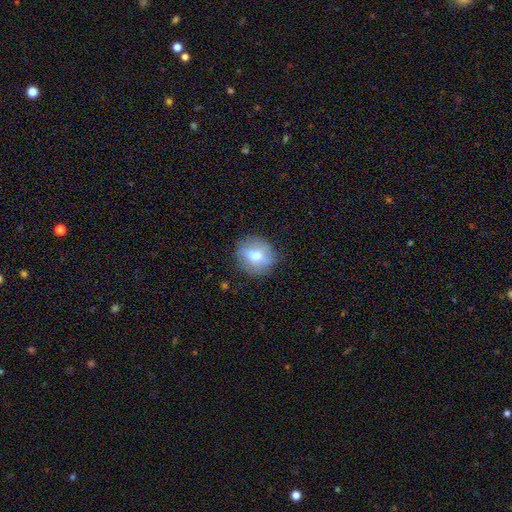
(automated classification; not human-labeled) A smooth galaxy with no disk features (59%) that is round (74%).

Vote fractions:
- Smooth or featured? smooth: 59% / featured or disk: 32% / star or artifact: 9%
- How rounded? round: 74% / in between: 24% / cigar-shaped: 2%
- Merging? none: 83% / minor disturbance: 12% / major disturbance: 4% / merger: 1%